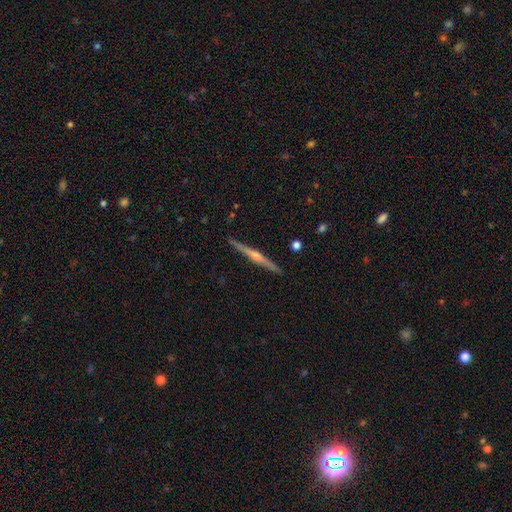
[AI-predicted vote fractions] A featured or disk galaxy (80%) viewed edge-on (99%) with a rounded central bulge (88%). Merging: none (92%).